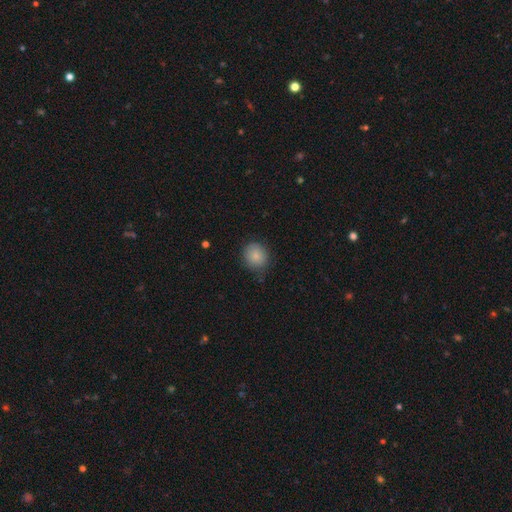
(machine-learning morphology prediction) type=smooth (84%); roundness=round (75%); merging=none (76%).